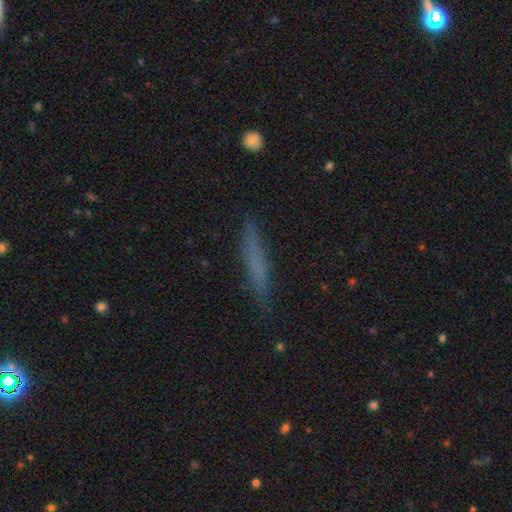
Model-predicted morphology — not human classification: type=smooth (58%); roundness=cigar-shaped (91%); merging=none (81%).